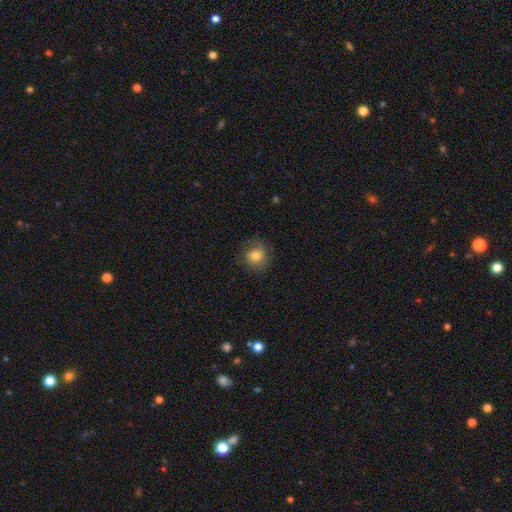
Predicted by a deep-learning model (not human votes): Q: Smooth or featured?
A: smooth (72%); runner-up: featured or disk (19%)
Q: How rounded?
A: round (78%); runner-up: in between (21%)
Q: Merging?
A: none (73%); runner-up: minor disturbance (18%)